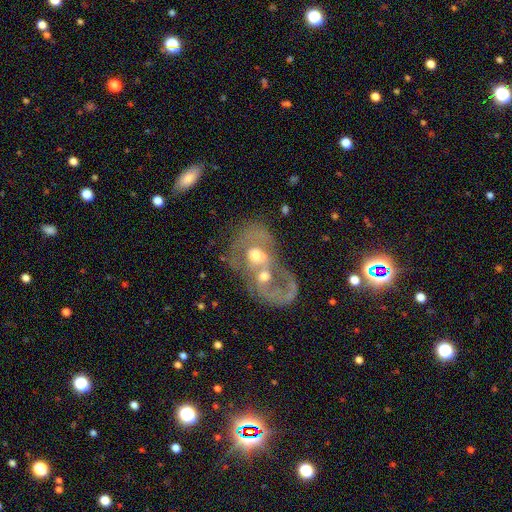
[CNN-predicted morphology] The model was most divided on "spiral arms": no: 61%, yes: 39%. More confident: edge-on disk — no (96%); bar — no (81%); merging — merger (70%); smooth or featured — featured or disk (67%); bulge size — moderate (62%).